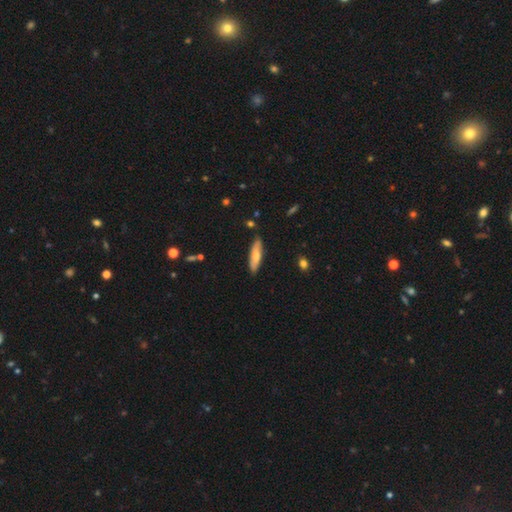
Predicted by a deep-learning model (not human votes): Smooth or featured? smooth (65%)
How rounded? cigar-shaped (68%)
Merging? none (86%)